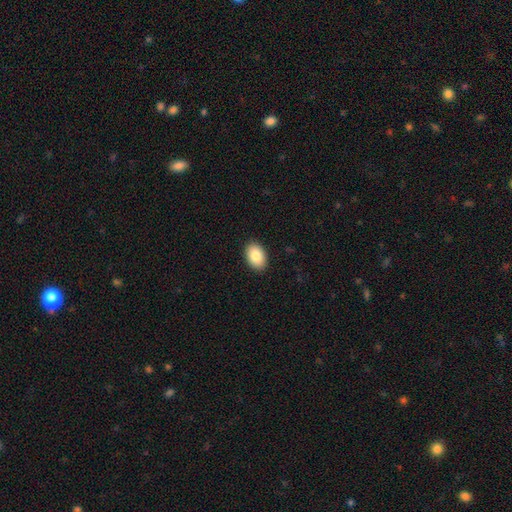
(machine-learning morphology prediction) smooth_or_featured: smooth (p=0.87) [alt: featured or disk p=0.07]
how_rounded: in between (p=0.90) [alt: round p=0.09]
merging: none (p=0.91) [alt: minor disturbance p=0.07]